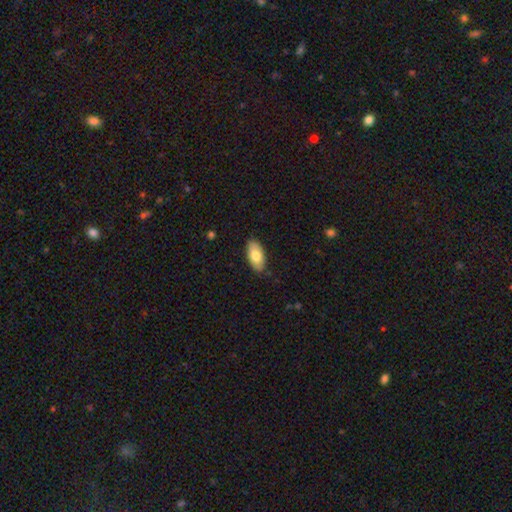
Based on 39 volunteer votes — Smooth or featured: smooth — 85% (featured or disk — 13%)
How rounded: in between — 94% (round — 3%)
Merging: none — 79% (minor disturbance — 13%)